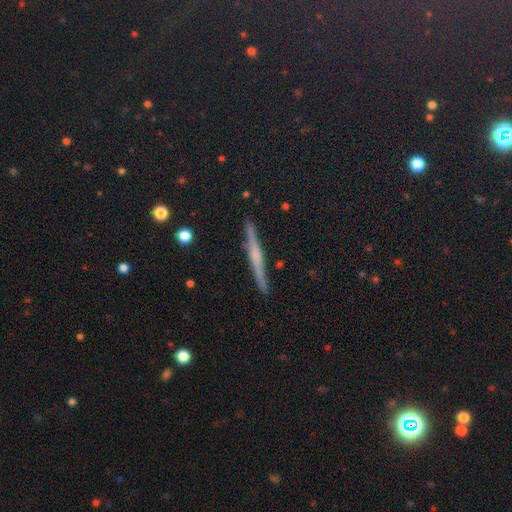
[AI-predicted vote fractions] A featured or disk galaxy (60%) viewed edge-on (97%) with a rounded central bulge (43%). Merging: none (90%).